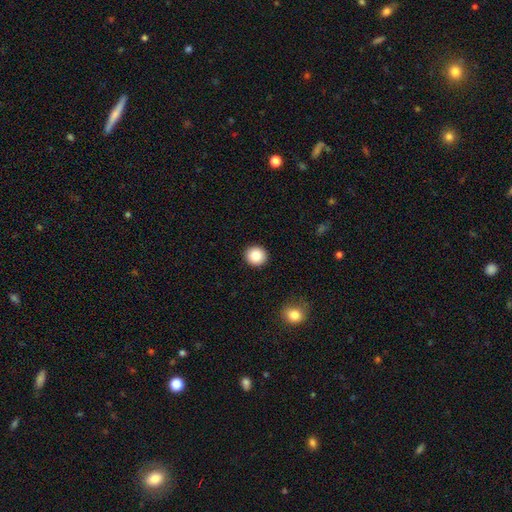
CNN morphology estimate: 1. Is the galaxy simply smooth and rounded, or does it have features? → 85% smooth, 9% star or artifact, 6% featured or disk.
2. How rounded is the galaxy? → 90% round, 9% in between, 1% cigar-shaped.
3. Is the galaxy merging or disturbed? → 93% none, 5% minor disturbance, 2% major disturbance, 1% merger.